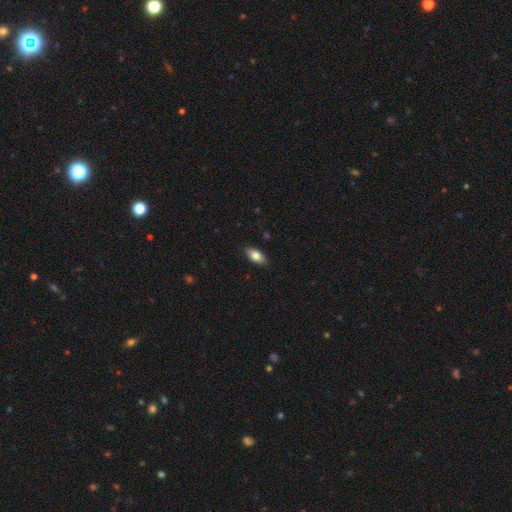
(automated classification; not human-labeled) A smooth galaxy with no disk features (80%) that is in between round and cigar-shaped (89%). Merging: none (88%).